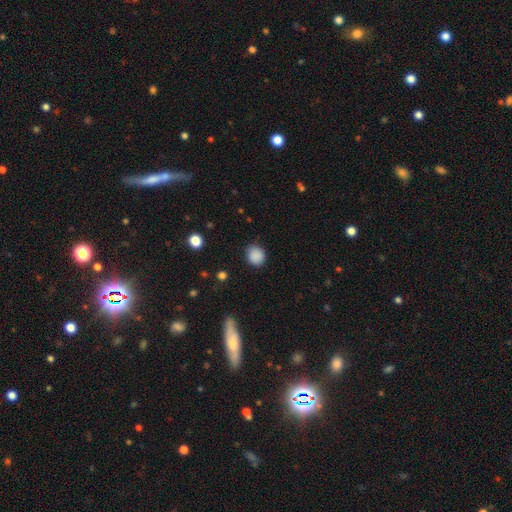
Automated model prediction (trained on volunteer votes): Smooth or featured: smooth — 88% (star or artifact — 9%)
How rounded: round — 77% (in between — 22%)
Merging: none — 84% (minor disturbance — 12%)